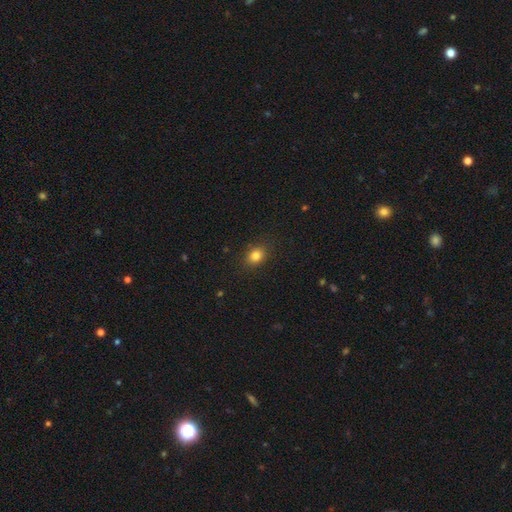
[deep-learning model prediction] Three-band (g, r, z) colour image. It shows a smooth galaxy with no disk features (83%) that is in between round and cigar-shaped (50%). Merging: none (88%).